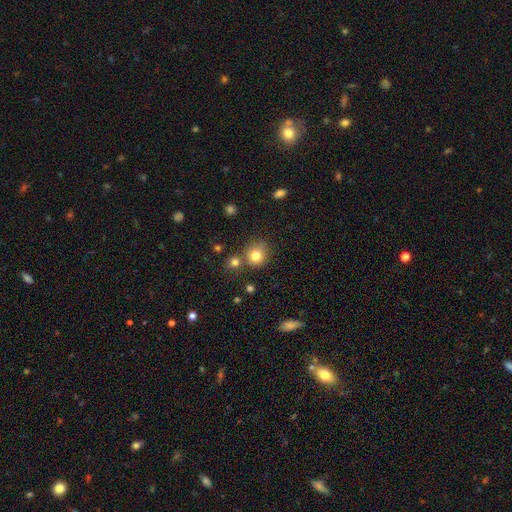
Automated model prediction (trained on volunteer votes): smooth 80%, star or artifact 12%, featured or disk 8%. Down the decision tree: how rounded — round (86%); merging — none (69%).